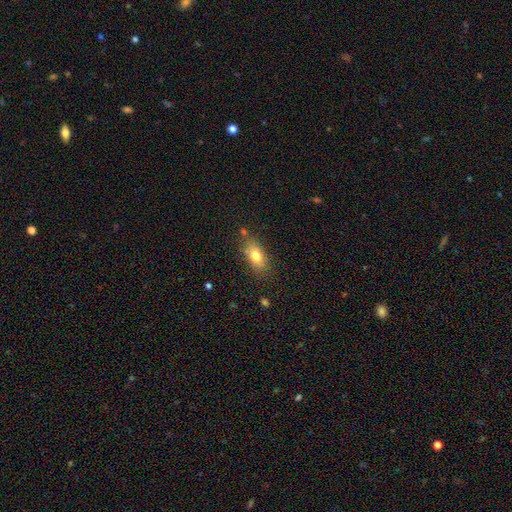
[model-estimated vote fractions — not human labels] smooth-or-featured: smooth: 77% | featured or disk: 14% | star or artifact: 9%
  how-rounded: in between: 83% | cigar-shaped: 9% | round: 7%
  merging: none: 77% | minor disturbance: 15% | merger: 4% | major disturbance: 4%